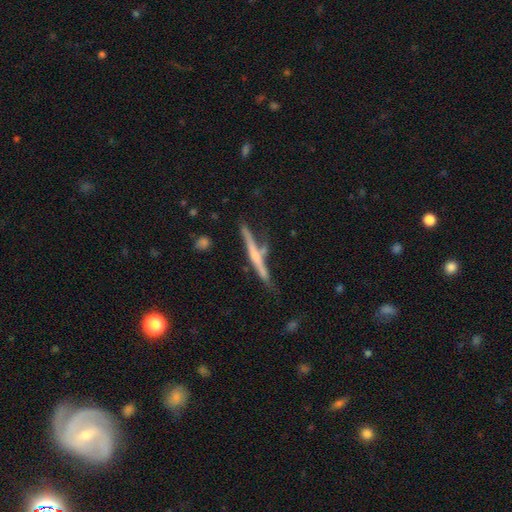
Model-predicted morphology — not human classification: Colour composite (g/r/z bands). It shows a featured or disk galaxy (64%) viewed edge-on (95%) with no central bulge (46%). Merging: none (64%).